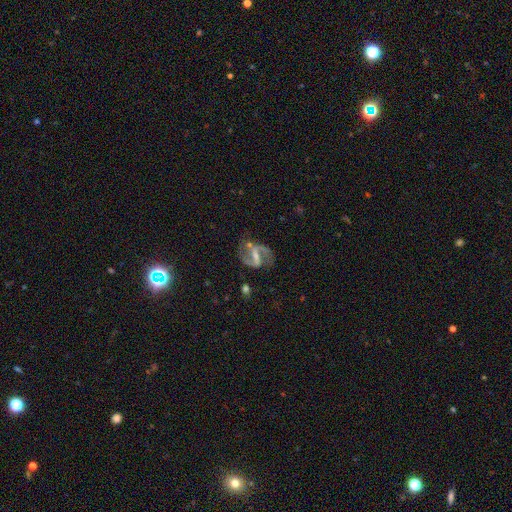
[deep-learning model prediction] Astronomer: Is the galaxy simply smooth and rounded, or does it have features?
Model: featured or disk — 90%.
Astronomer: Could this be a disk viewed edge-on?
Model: no — 97%.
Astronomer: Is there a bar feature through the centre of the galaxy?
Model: strong — 60%.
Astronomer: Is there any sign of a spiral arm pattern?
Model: yes — 96%.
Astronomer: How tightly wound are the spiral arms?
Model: medium — 52% (runner-up: loose, 35%).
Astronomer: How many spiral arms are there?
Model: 2 — 93%.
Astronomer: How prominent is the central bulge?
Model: small — 55%.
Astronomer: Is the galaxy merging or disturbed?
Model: none — 73%.